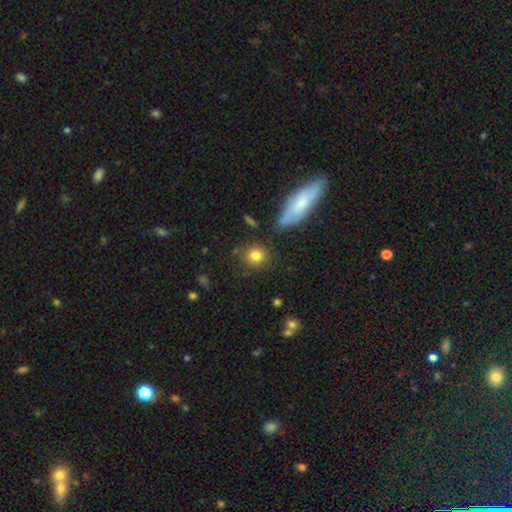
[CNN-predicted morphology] This is clearly a smooth galaxy (81%). How rounded: clearly round (84%). Merging: clearly none (80%).